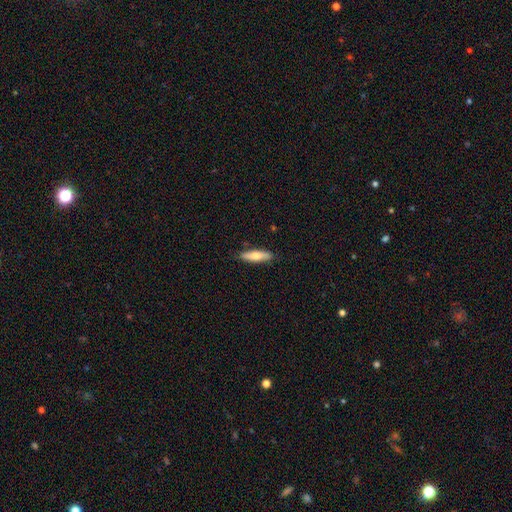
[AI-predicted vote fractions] A smooth galaxy with no disk features (69%) that is cigar-shaped (65%). Merging: none (86%).